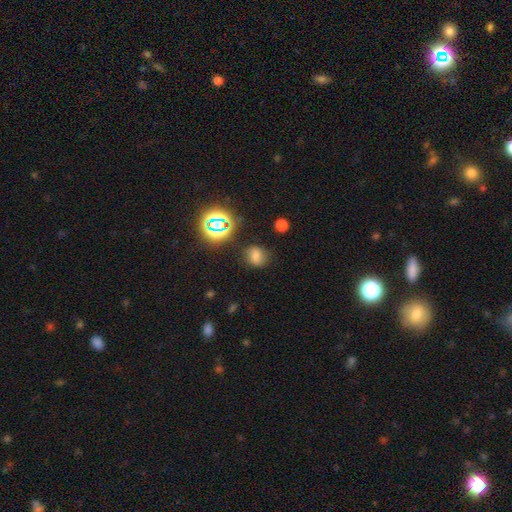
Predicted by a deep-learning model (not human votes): Smooth or featured? smooth (65%)
How rounded? round (65%)
Merging? none (76%)